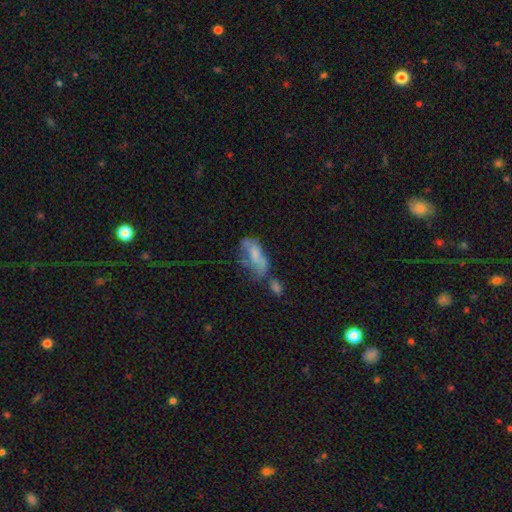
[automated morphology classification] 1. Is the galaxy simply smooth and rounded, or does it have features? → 54% smooth, 35% featured or disk, 11% star or artifact.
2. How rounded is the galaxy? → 82% in between, 14% cigar-shaped, 4% round.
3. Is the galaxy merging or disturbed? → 28% merger (tied), 28% major disturbance (tied), 24% none, 21% minor disturbance.